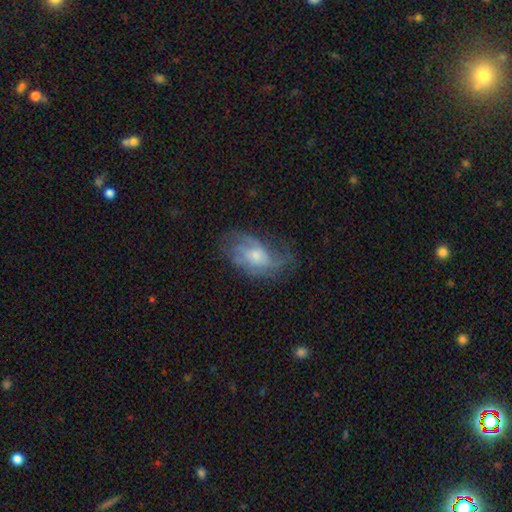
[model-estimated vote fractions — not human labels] Q: Smooth or featured?
A: featured or disk (63%); runner-up: smooth (29%)
Q: Edge-on disk?
A: no (96%); runner-up: yes (4%)
Q: Bar?
A: no (73%); runner-up: weak (24%)
Q: Spiral arms?
A: yes (80%); runner-up: no (20%)
Q: Bulge size?
A: small (52%); runner-up: moderate (38%)
Q: Merging?
A: none (51%); runner-up: minor disturbance (26%)